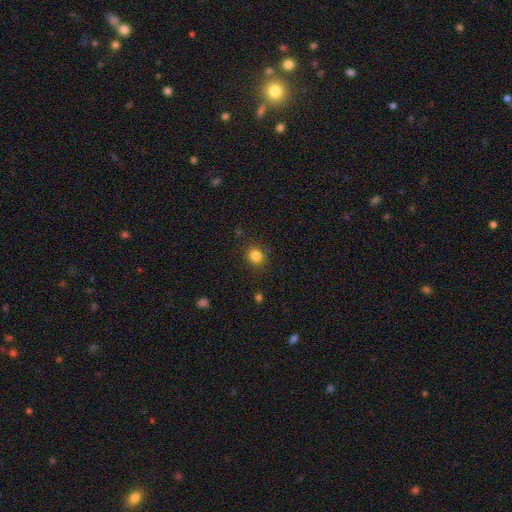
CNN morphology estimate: Q: Smooth or featured?
A: smooth (84%); runner-up: star or artifact (12%)
Q: How rounded?
A: round (83%); runner-up: in between (16%)
Q: Merging?
A: none (87%); runner-up: minor disturbance (9%)